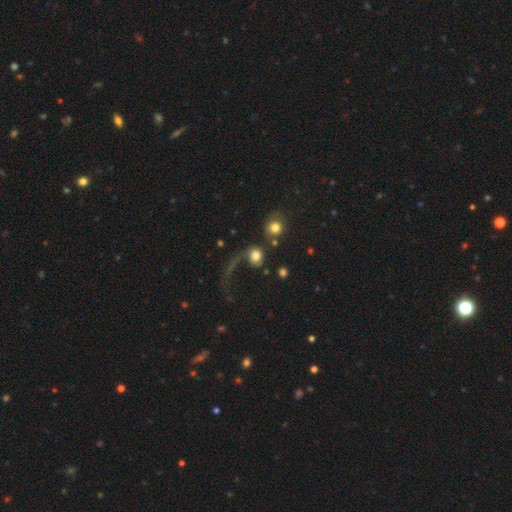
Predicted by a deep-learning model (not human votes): Morphology: type=smooth (72%); roundness=round (77%); merging=none (36%).